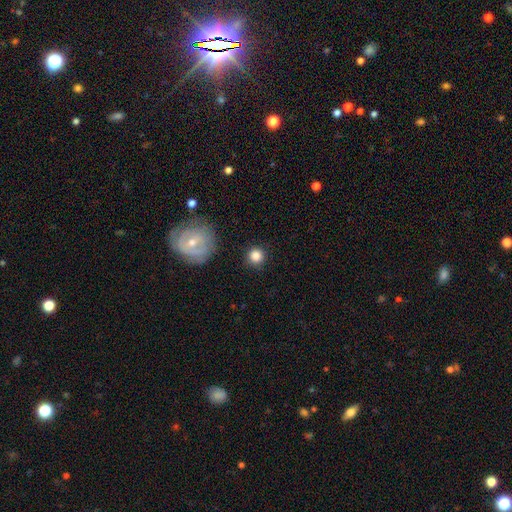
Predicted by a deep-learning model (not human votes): This appears to be a smooth galaxy with no disk features (83%) that is round (94%). Merging: none (89%).